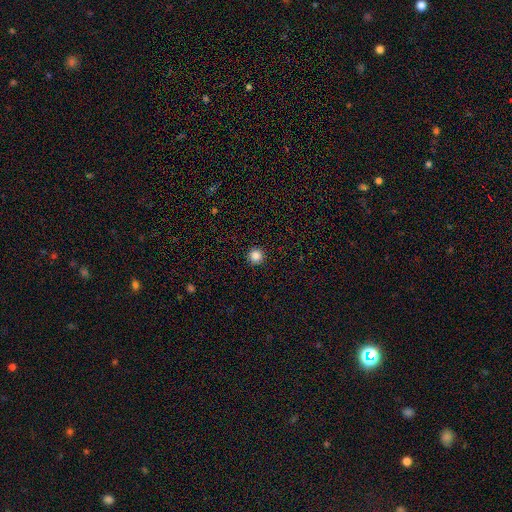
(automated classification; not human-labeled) Smooth or featured?
  - smooth: 86% *
  - star or artifact: 11%
  - featured or disk: 3%
How rounded?
  - round: 97% *
  - in between: 2%
  - cigar-shaped: 1%
Merging?
  - none: 93% *
  - minor disturbance: 4%
  - major disturbance: 2%
  - merger: 1%